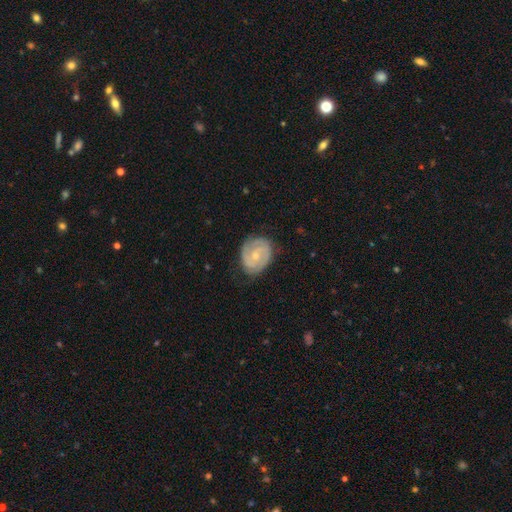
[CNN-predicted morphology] This is clearly a featured or disk galaxy (82%). It is clearly not viewed edge-on (98%). Bar: possibly no (57%). Spiral arm pattern: clearly yes (95%). Spiral arm count: likely 2 (74%). Spiral winding: likely tight (60%). Central bulge: possibly small (58%). Merging: likely none (76%).